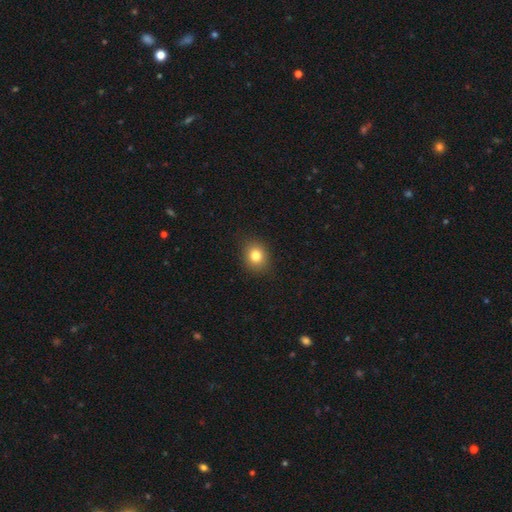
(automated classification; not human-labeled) The model was most divided on "how rounded": round: 62%, in between: 37%, cigar-shaped: 1%. More confident: merging — none (88%); smooth or featured — smooth (81%).